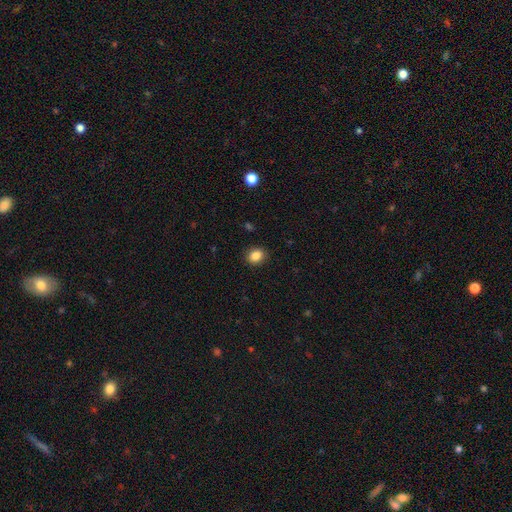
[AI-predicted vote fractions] This appears to be a smooth galaxy with no disk features (86%) that is round (59%). Merging: none (90%).